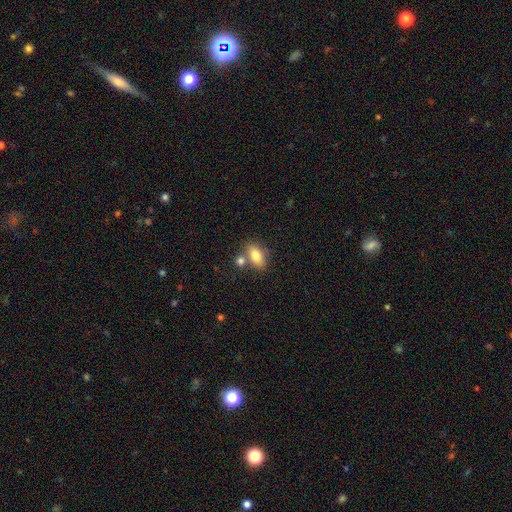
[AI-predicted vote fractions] smooth_or_featured: smooth (p=0.78) [alt: featured or disk p=0.15]
how_rounded: in between (p=0.85) [alt: round p=0.09]
merging: none (p=0.60) [alt: merger p=0.24]